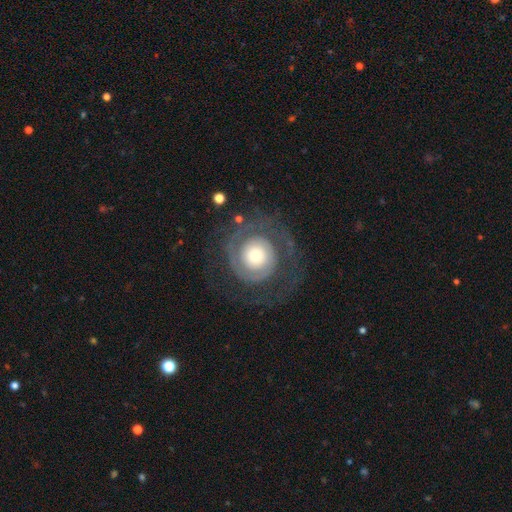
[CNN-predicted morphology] smooth_or_featured: featured or disk (p=0.76) [alt: smooth p=0.18]
disk_edge_on: no (p=0.98) [alt: yes p=0.02]
bar: no (p=0.84) [alt: weak p=0.13]
has_spiral_arms: yes (p=0.89) [alt: no p=0.11]
spiral_winding: tight (p=0.63) [alt: medium p=0.24]
spiral_arm_count: 2 (p=0.44) [alt: 1 p=0.25]
bulge_size: small (p=0.35) [alt: moderate p=0.30]
merging: none (p=0.63) [alt: major disturbance p=0.22]